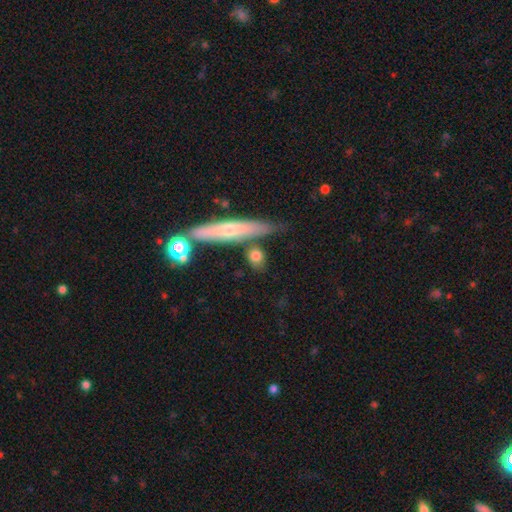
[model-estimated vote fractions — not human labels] Smooth or featured: smooth — 75% (featured or disk — 17%)
How rounded: round — 46% (in between — 31%)
Merging: none — 72% (minor disturbance — 13%)